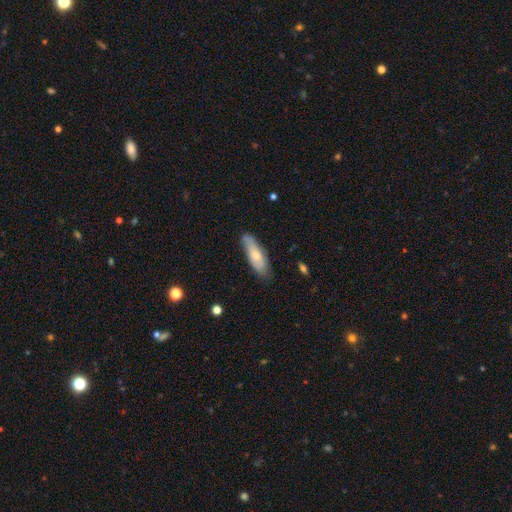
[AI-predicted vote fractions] This is likely a smooth galaxy (67%). How rounded: possibly in between (52%). Merging: likely none (72%).